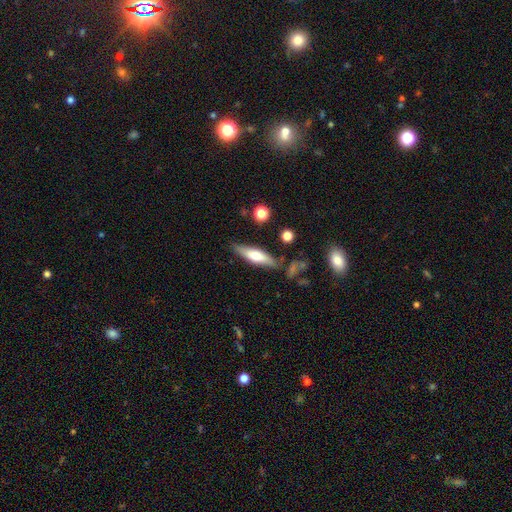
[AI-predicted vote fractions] This is possibly a smooth galaxy (55%). How rounded: likely cigar-shaped (65%). Merging: likely none (78%).